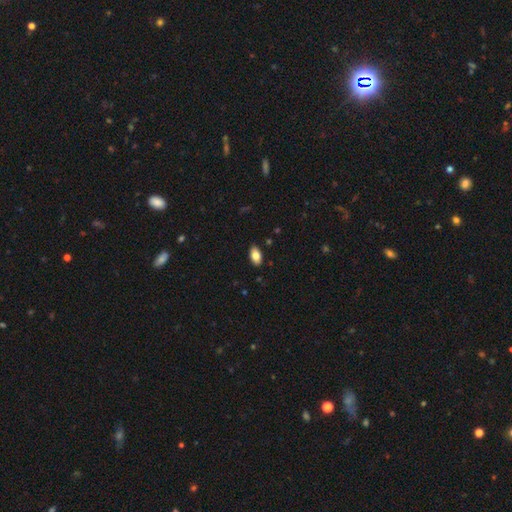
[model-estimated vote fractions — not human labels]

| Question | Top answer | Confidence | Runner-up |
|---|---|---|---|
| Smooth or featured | smooth | 81% | featured or disk (12%) |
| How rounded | in between | 92% | round (4%) |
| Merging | none | 88% | minor disturbance (9%) |